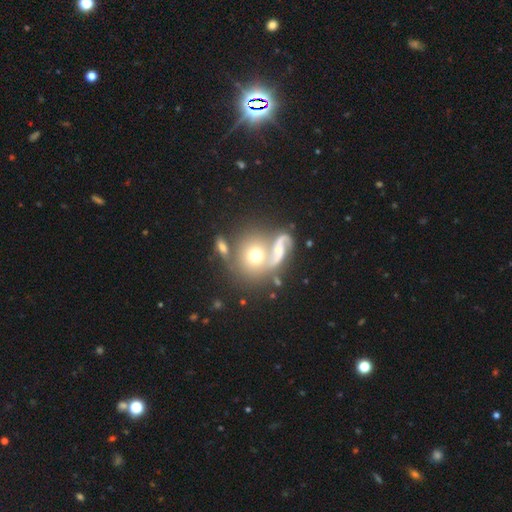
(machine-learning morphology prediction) smooth_or_featured: smooth (p=0.54) [alt: featured or disk p=0.36]
how_rounded: round (p=0.80) [alt: in between p=0.19]
merging: none (p=0.44) [alt: merger p=0.38]